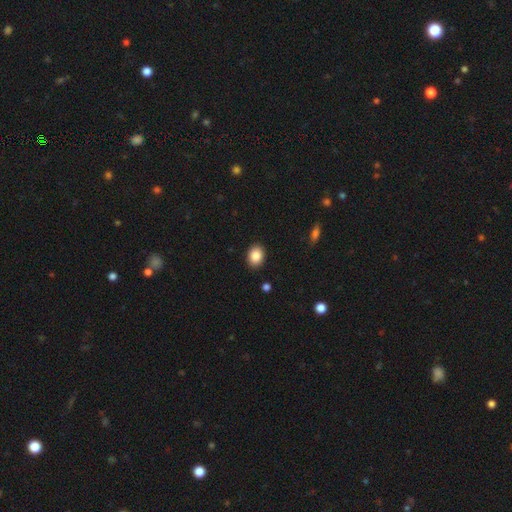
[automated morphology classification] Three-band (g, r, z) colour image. It shows a smooth galaxy with no disk features (87%) that is in between round and cigar-shaped (61%). Merging: none (90%).